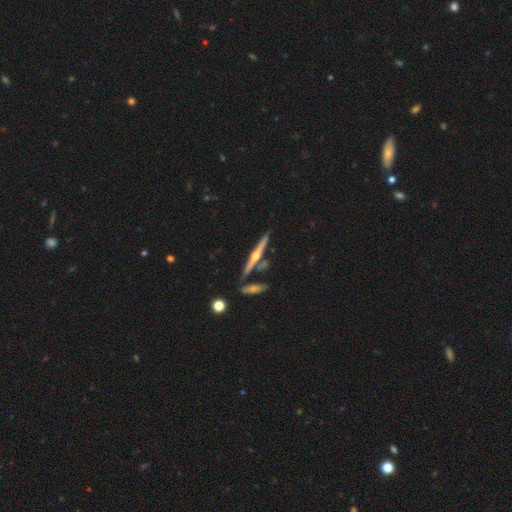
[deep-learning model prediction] Smooth or featured? featured or disk (80%)
Edge-on disk? yes (98%)
Edge-on bulge? rounded (92%)
Merging? none (79%)